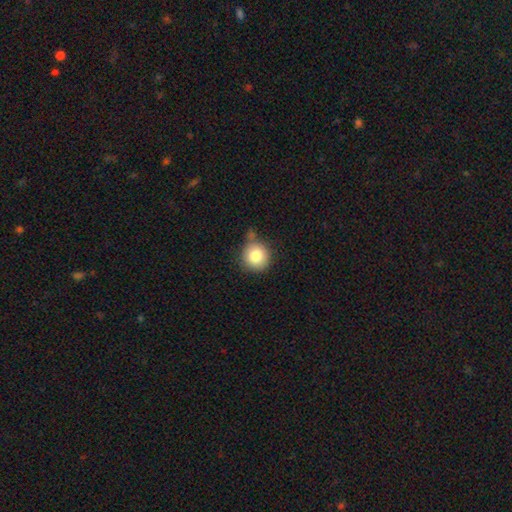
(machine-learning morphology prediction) A smooth galaxy with no disk features (81%) that is round (92%).

Vote fractions:
- Smooth or featured? smooth: 81% / star or artifact: 10% / featured or disk: 9%
- How rounded? round: 92% / in between: 7% / cigar-shaped: 1%
- Merging? none: 67% / minor disturbance: 18% / merger: 9% / major disturbance: 5%